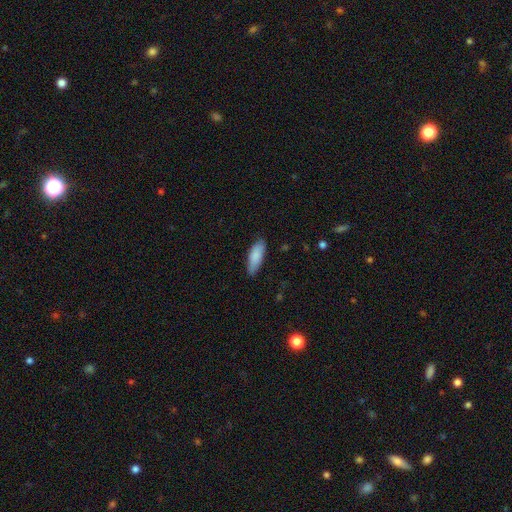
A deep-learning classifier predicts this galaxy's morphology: The model was most divided on "how rounded": in between: 65%, cigar-shaped: 33%, round: 2%. More confident: smooth or featured — smooth (87%); merging — none (82%).